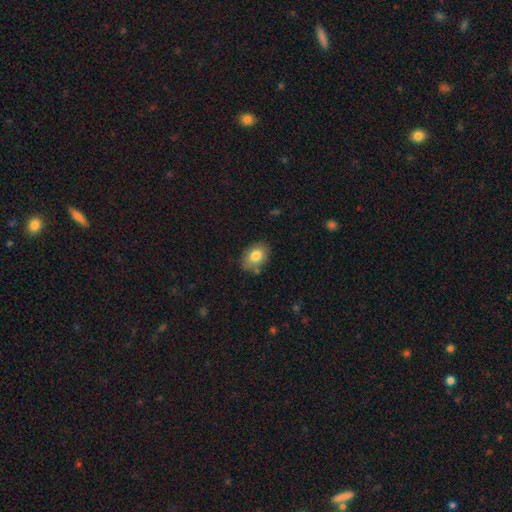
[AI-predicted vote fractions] Smooth or featured? smooth (80%)
How rounded? in between (79%)
Merging? none (79%)